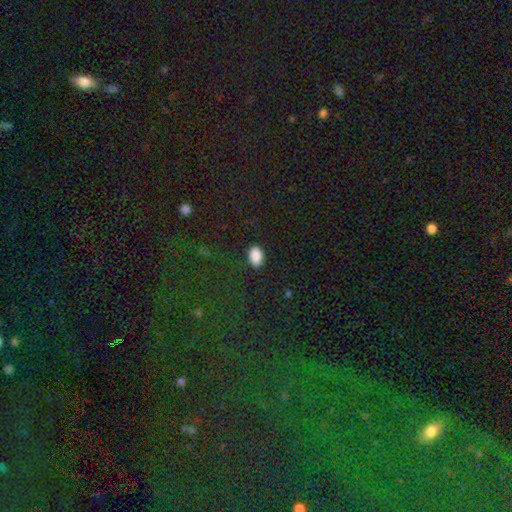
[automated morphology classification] The model was most divided on "merging": none: 88%, minor disturbance: 9%, major disturbance: 2%, merger: 1%. More confident: how rounded — in between (90%); smooth or featured — smooth (88%).